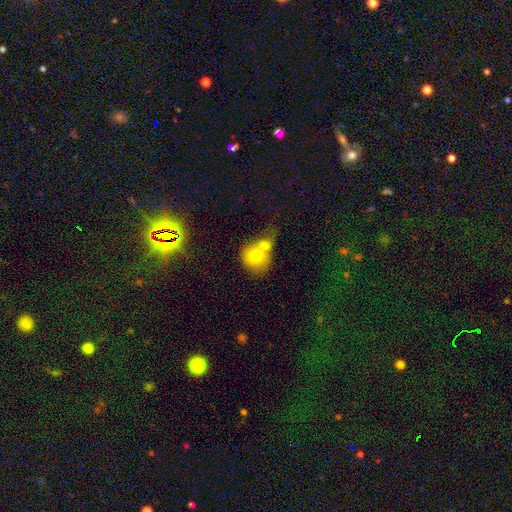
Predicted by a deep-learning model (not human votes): Q: Smooth or featured?
A: smooth (71%); runner-up: featured or disk (21%)
Q: How rounded?
A: round (77%); runner-up: in between (22%)
Q: Merging?
A: merger (65%); runner-up: none (23%)